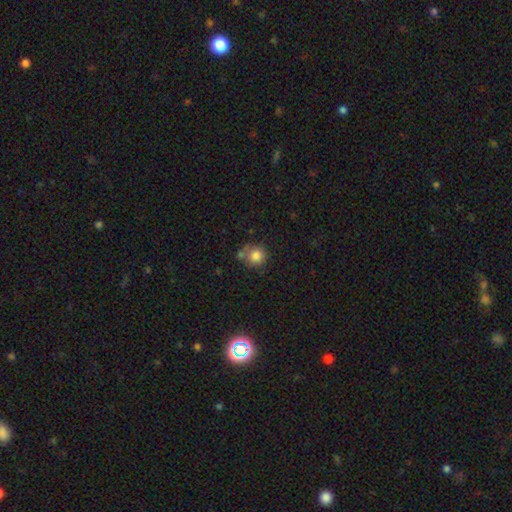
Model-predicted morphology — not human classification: type=smooth (82%); roundness=round (89%); merging=none (60%).